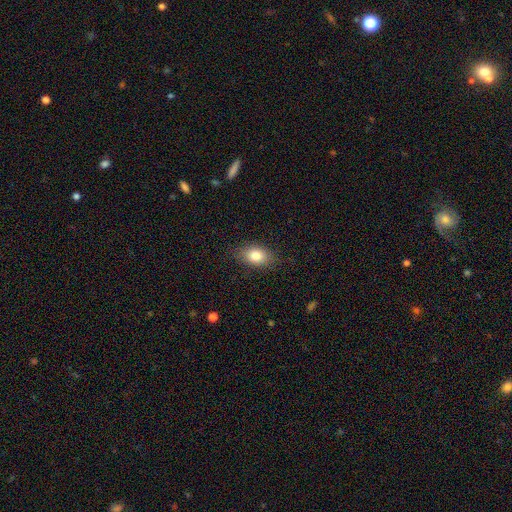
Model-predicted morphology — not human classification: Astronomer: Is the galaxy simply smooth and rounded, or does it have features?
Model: smooth — 83%.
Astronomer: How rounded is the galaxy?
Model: in between — 82%.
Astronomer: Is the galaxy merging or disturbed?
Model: none — 83%.